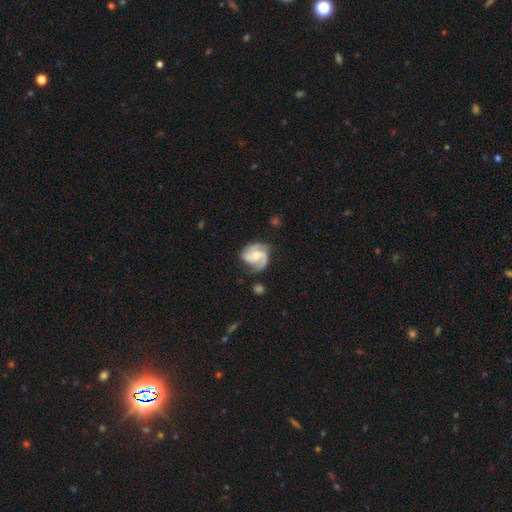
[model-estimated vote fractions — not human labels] Overall: featured or disk (88%). Edge-on disk: no (98%). Bar: no (50%; weak 39%). Spiral arms: yes (97%). Spiral arm count: 2 (69%). Spiral winding: medium (52%; tight 34%). Bulge size: moderate (56%; small 31%). Merging: none (66%).